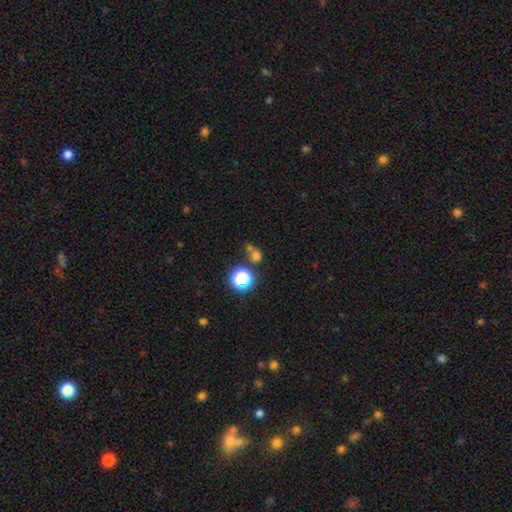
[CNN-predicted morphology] A smooth galaxy with no disk features (63%) that is round (83%).

Vote fractions:
- Smooth or featured? smooth: 63% / star or artifact: 28% / featured or disk: 9%
- How rounded? round: 83% / in between: 16% / cigar-shaped: 1%
- Merging? none: 54% / merger: 30% / minor disturbance: 10% / major disturbance: 6%